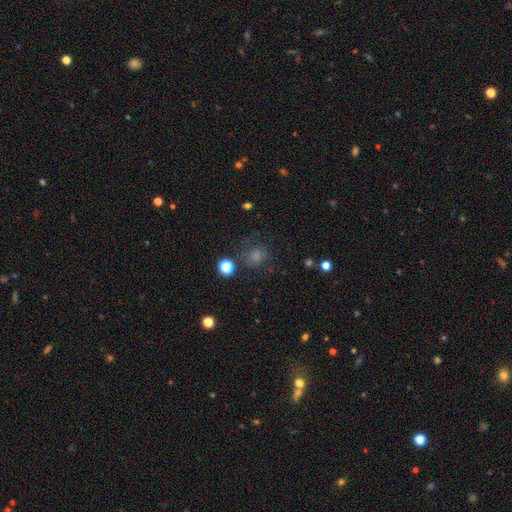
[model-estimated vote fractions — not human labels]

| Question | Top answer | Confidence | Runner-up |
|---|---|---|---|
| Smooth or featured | smooth | 69% | star or artifact (19%) |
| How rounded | round | 73% | in between (26%) |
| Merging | none | 61% | minor disturbance (20%) |